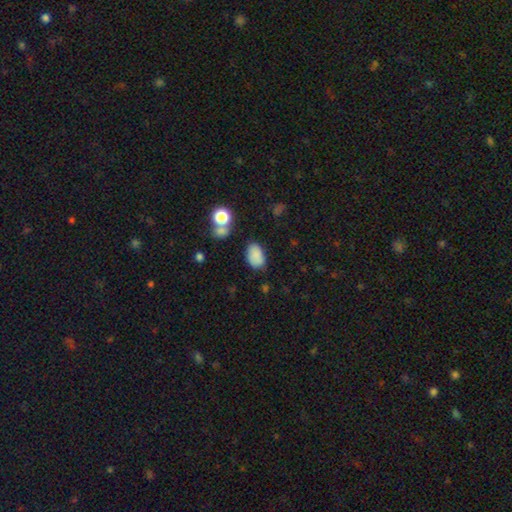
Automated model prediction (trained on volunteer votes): smooth_or_featured: smooth (p=0.84) [alt: star or artifact p=0.10]
how_rounded: in between (p=0.89) [alt: round p=0.10]
merging: none (p=0.73) [alt: minor disturbance p=0.17]